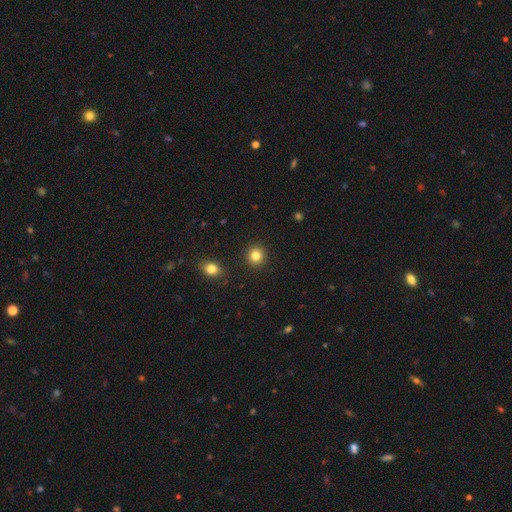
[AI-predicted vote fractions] Smooth or featured? Predicted: smooth (p=0.84). How rounded? Predicted: round (p=0.90). Merging? Predicted: none (p=0.92).